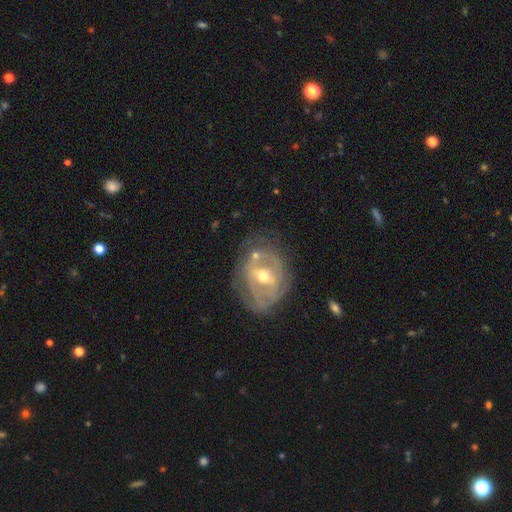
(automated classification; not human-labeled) featured or disk 78%, smooth 15%, star or artifact 6%. Down the decision tree: edge-on disk — no (95%); bar — weak (41%); spiral arms — yes (66%); bulge size — moderate (72%); merging — none (59%).